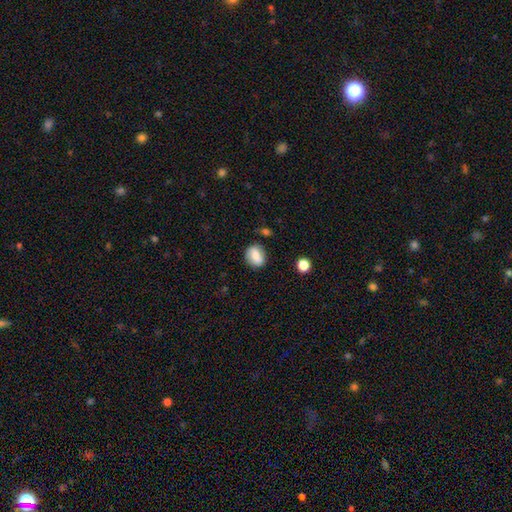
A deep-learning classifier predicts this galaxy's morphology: A smooth galaxy with no disk features (69%) that is in between round and cigar-shaped (51%).

Vote fractions:
- Smooth or featured? smooth: 69% / featured or disk: 22% / star or artifact: 8%
- How rounded? in between: 51% / round: 47% / cigar-shaped: 2%
- Merging? none: 80% / minor disturbance: 14% / major disturbance: 4% / merger: 3%